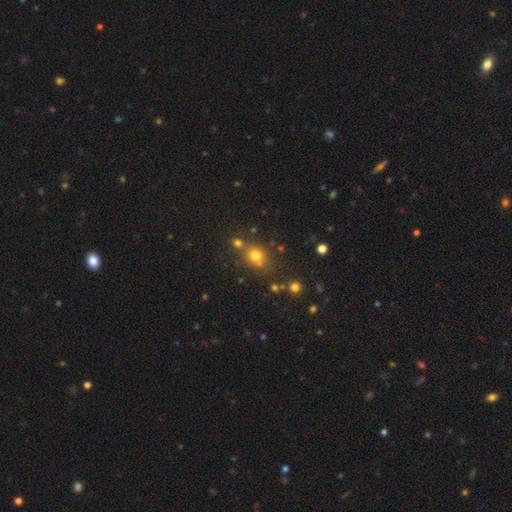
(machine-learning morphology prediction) Smooth or featured: smooth — 71% (star or artifact — 19%)
How rounded: round — 80% (in between — 19%)
Merging: none — 65% (merger — 19%)